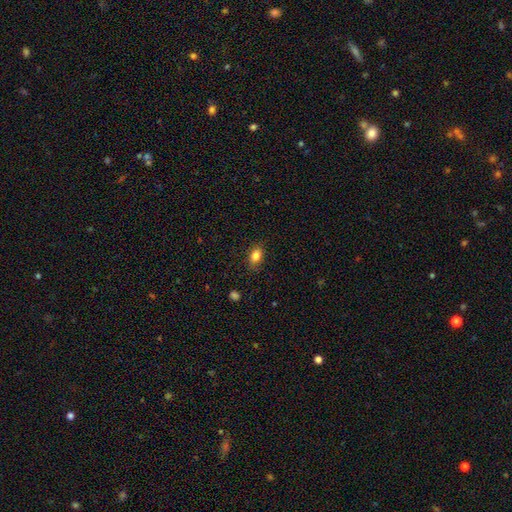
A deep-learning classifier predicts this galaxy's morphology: Smooth or featured: smooth — 83% (star or artifact — 10%)
How rounded: in between — 78% (round — 20%)
Merging: none — 84% (minor disturbance — 12%)